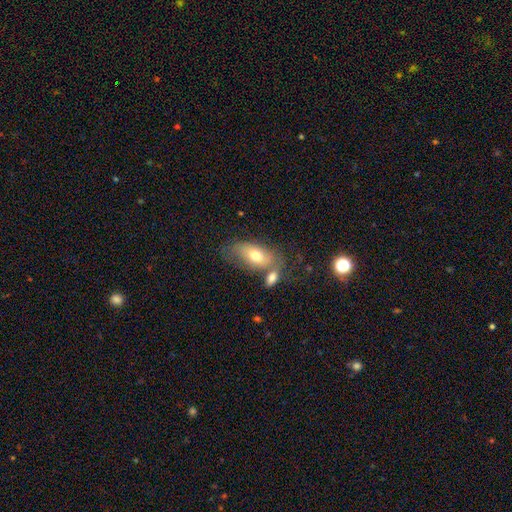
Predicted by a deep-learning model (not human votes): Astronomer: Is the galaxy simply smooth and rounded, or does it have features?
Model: smooth — 66%.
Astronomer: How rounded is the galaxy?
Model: in between — 87%.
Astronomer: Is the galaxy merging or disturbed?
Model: none — 44% (runner-up: merger, 29%).